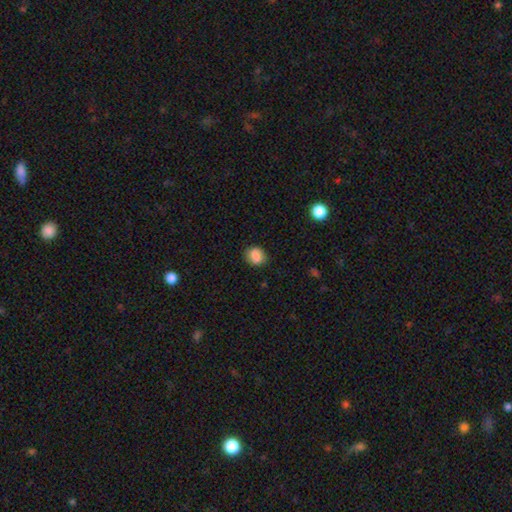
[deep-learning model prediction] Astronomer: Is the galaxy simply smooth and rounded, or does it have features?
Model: smooth — 79%.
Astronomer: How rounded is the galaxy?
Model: round — 61% (runner-up: in between, 38%).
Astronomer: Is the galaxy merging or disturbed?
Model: none — 82%.